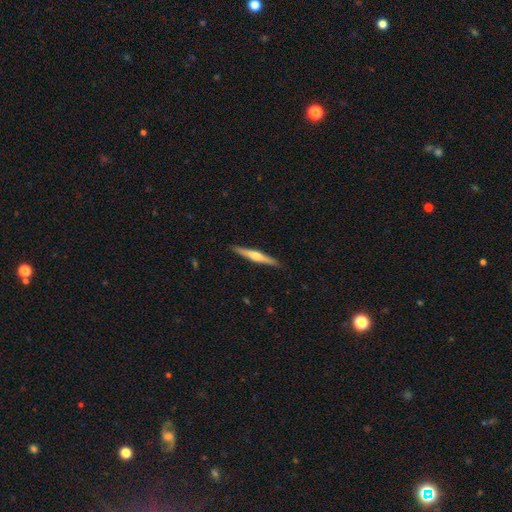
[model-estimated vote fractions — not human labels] Q: Smooth or featured?
A: featured or disk (63%); runner-up: smooth (32%)
Q: Edge-on disk?
A: yes (98%); runner-up: no (2%)
Q: Edge-on bulge?
A: rounded (83%); runner-up: none (9%)
Q: Merging?
A: none (91%); runner-up: minor disturbance (7%)